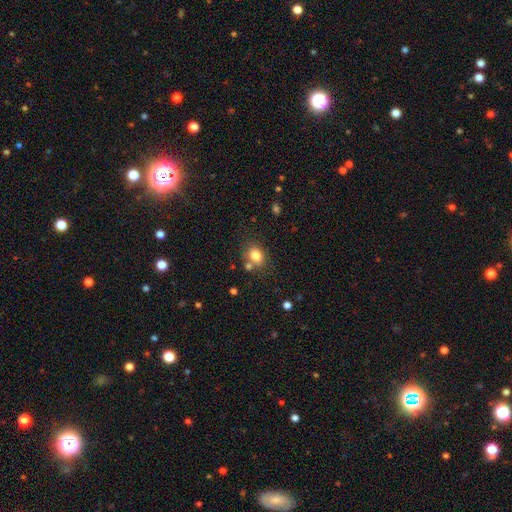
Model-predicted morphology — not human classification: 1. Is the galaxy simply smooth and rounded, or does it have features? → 80% smooth, 11% star or artifact, 9% featured or disk.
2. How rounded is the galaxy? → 62% in between, 36% round, 1% cigar-shaped.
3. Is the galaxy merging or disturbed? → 66% none, 15% merger, 14% minor disturbance, 4% major disturbance.